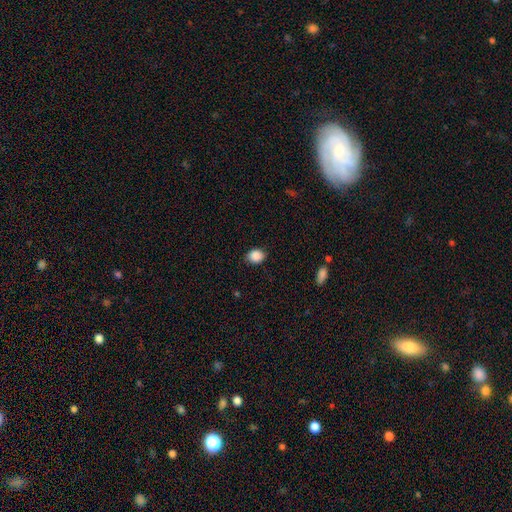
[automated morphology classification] Smooth or featured? smooth (89%)
How rounded? round (52%)
Merging? none (83%)